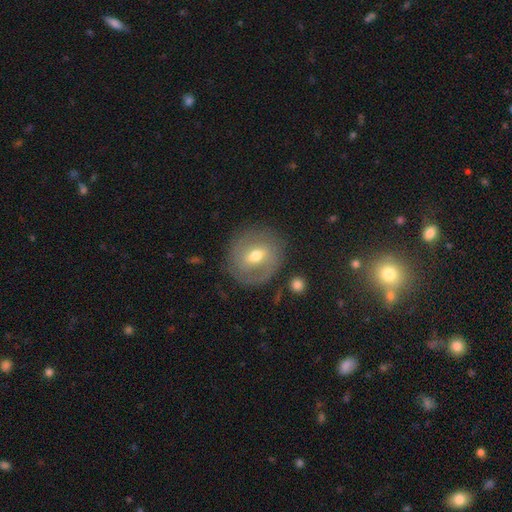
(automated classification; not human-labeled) This appears to be a featured or disk galaxy (64%) with a weak bar (55%), spiral arms (71%) and a moderate central bulge (74%). Merging: none (79%).